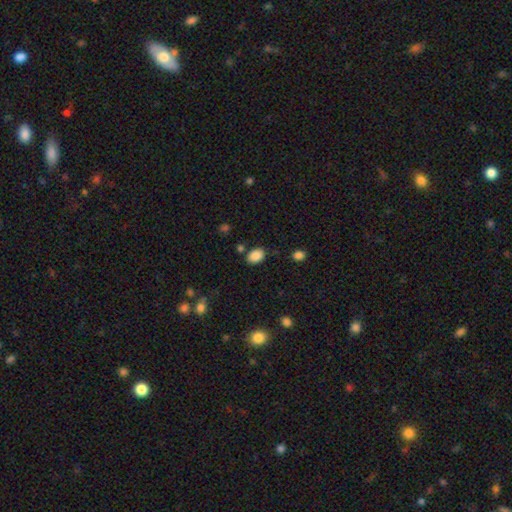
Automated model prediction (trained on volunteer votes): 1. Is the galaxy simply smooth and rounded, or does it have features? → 87% smooth, 9% star or artifact, 4% featured or disk.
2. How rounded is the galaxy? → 77% in between, 22% round, 1% cigar-shaped.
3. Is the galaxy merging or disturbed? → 79% none, 13% minor disturbance, 4% merger, 3% major disturbance.